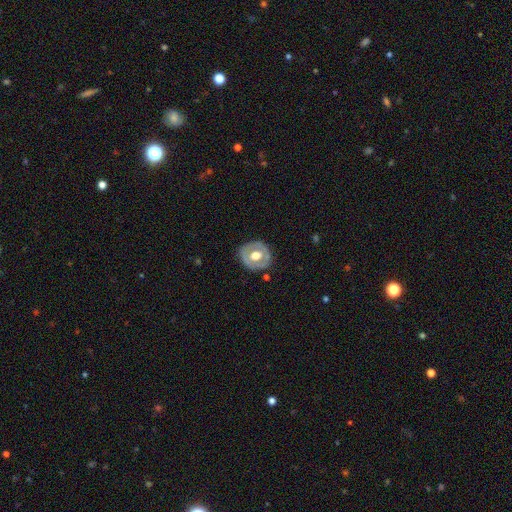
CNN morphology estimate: Smooth or featured? featured or disk (56%)
Edge-on disk? no (94%)
Bar? no (78%)
Spiral arms? no (84%)
Bulge size? moderate (49%)
Merging? none (80%)